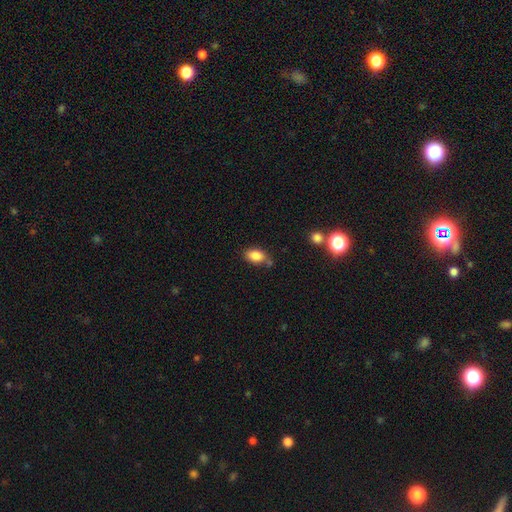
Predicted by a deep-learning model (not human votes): This appears to be a smooth galaxy with no disk features (84%) that is in between round and cigar-shaped (88%). Merging: none (67%).